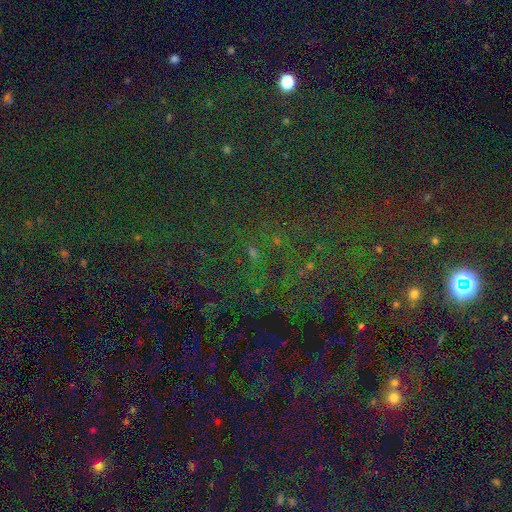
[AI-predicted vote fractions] A star or artifact, not a galaxy (81%).

Vote fractions:
- Smooth or featured? star or artifact: 81% / smooth: 12% / featured or disk: 8%